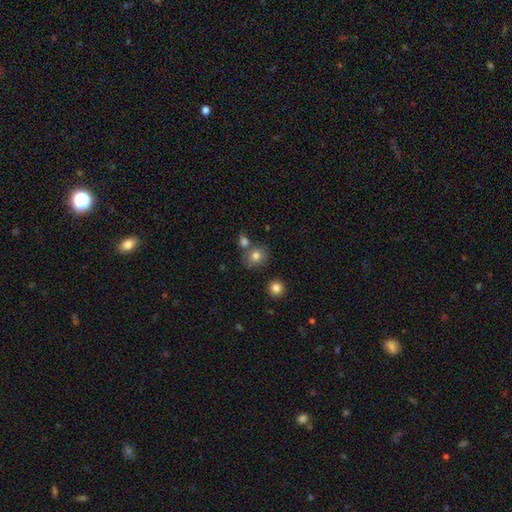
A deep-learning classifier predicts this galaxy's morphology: A smooth galaxy with no disk features (79%) that is round (68%). Merging: none (67%).